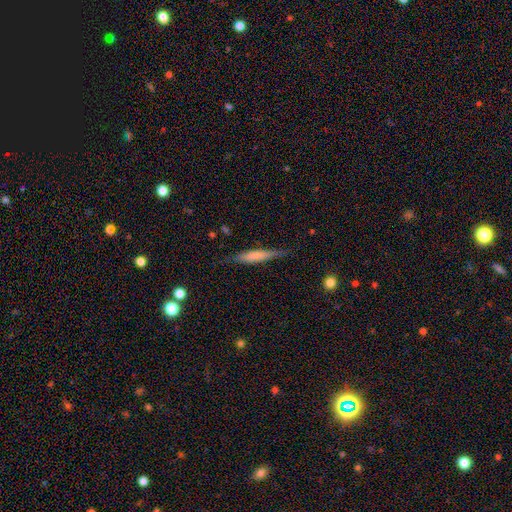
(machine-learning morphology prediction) Q: Smooth or featured?
A: smooth (60%); runner-up: featured or disk (33%)
Q: How rounded?
A: cigar-shaped (90%); runner-up: in between (9%)
Q: Merging?
A: none (80%); runner-up: minor disturbance (15%)